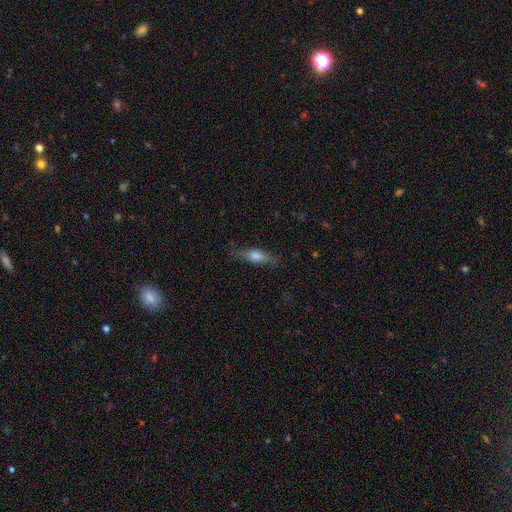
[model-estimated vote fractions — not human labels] Smooth or featured? Predicted: smooth (p=0.61). How rounded? Predicted: cigar-shaped (p=0.55). Merging? Predicted: none (p=0.78).